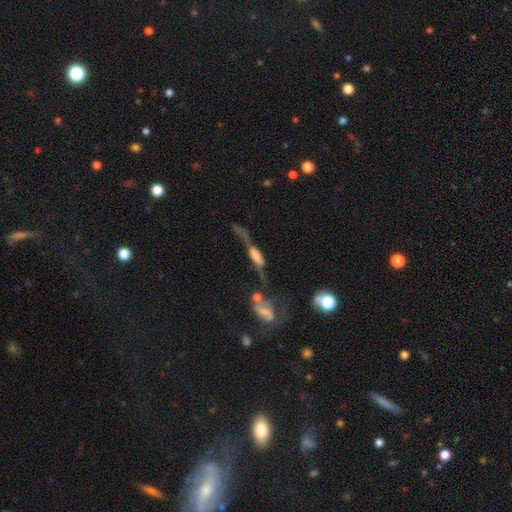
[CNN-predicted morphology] smooth_or_featured: featured or disk (p=0.64) [alt: smooth p=0.25]
disk_edge_on: yes (p=0.62) [alt: no p=0.38]
merging: major disturbance (p=0.32) [alt: merger p=0.29]